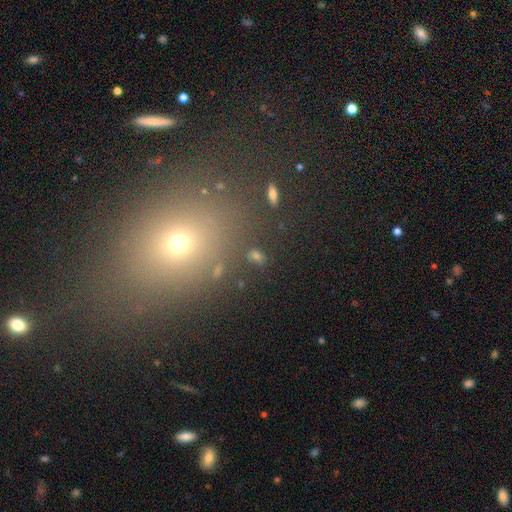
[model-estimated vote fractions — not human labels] A smooth galaxy with no disk features (62%) that is in between round and cigar-shaped (63%).

Vote fractions:
- Smooth or featured? smooth: 62% / star or artifact: 27% / featured or disk: 12%
- How rounded? in between: 63% / round: 31% / cigar-shaped: 6%
- Merging? none: 78% / minor disturbance: 10% / merger: 6% / major disturbance: 5%